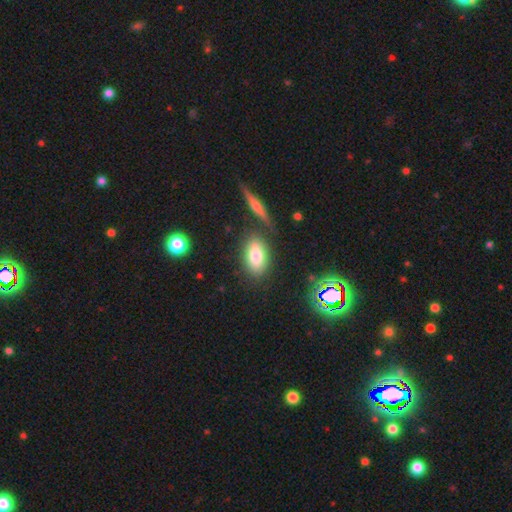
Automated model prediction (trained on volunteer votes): smooth 79%, featured or disk 13%, star or artifact 9%. Down the decision tree: how rounded — in between (89%); merging — none (76%).